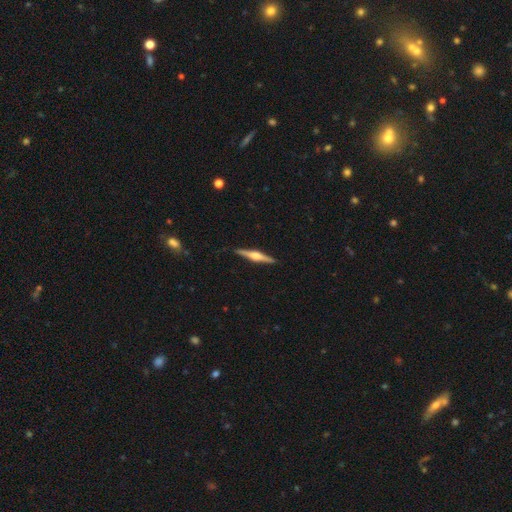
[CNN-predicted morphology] Smooth or featured? featured or disk (78%)
Edge-on disk? yes (98%)
Edge-on bulge? rounded (86%)
Merging? none (91%)